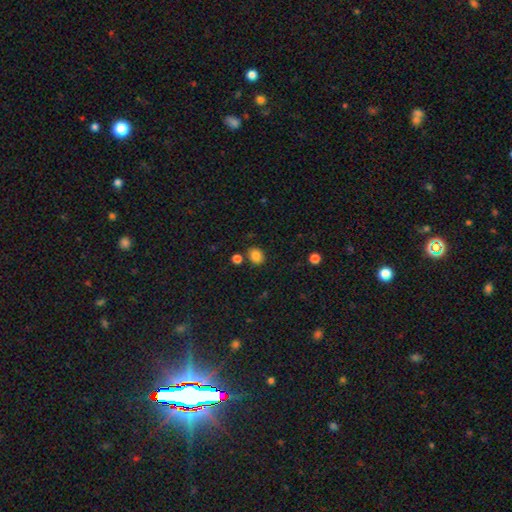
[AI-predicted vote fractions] Smooth or featured? smooth (85%)
How rounded? round (53%)
Merging? none (79%)